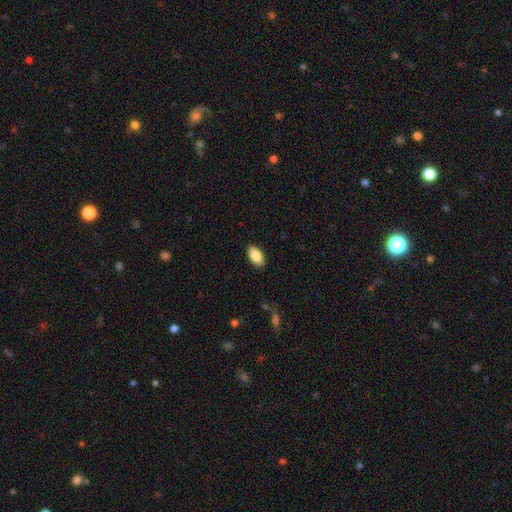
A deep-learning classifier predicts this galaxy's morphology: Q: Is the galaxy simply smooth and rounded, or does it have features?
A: smooth — 86%.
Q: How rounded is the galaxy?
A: in between — 93%.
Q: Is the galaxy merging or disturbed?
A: none — 88%.